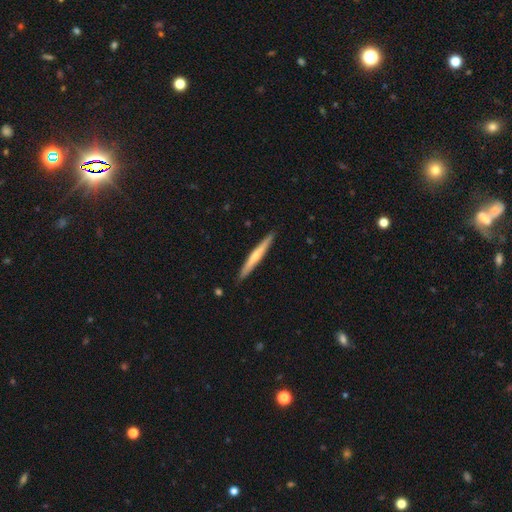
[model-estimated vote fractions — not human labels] This is possibly a featured or disk galaxy (50%). It is clearly viewed edge-on (96%). Merging: clearly none (91%).